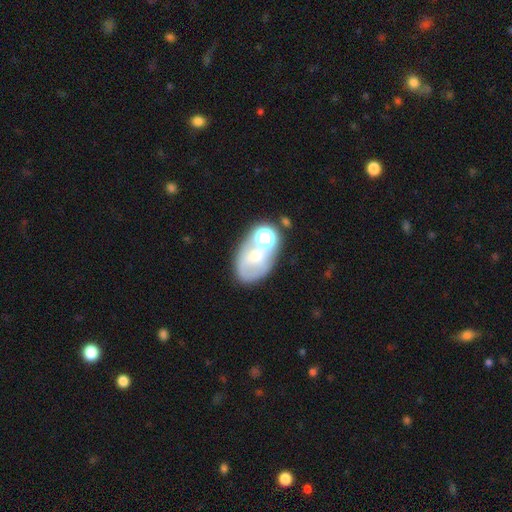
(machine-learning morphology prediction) featured or disk 46%, smooth 38%, star or artifact 16%. Down the decision tree: merging — none (40%).